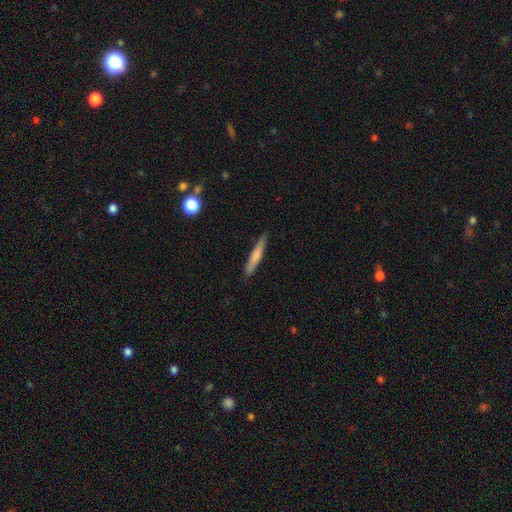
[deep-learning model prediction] This appears to be a smooth galaxy with no disk features (68%) that is cigar-shaped (94%). Merging: none (88%).